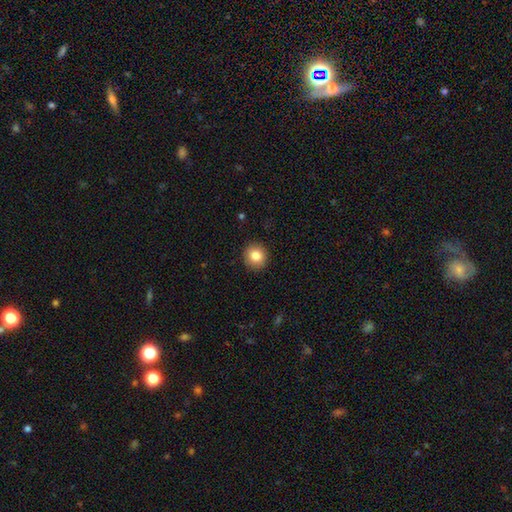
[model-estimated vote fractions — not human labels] A smooth galaxy with no disk features (84%) that is round (89%). Merging: none (91%).